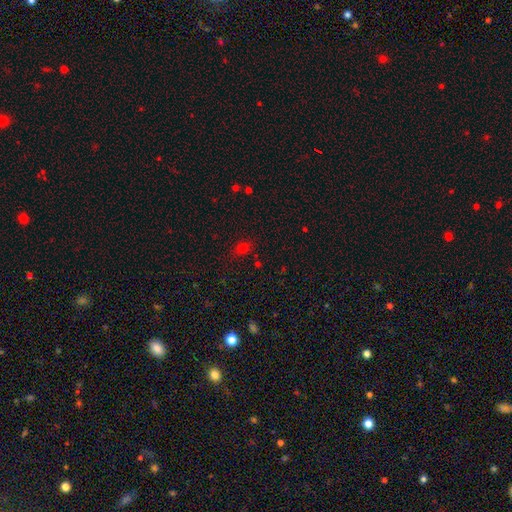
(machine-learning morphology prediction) Q: Smooth or featured?
A: smooth (66%); runner-up: star or artifact (27%)
Q: How rounded?
A: round (56%); runner-up: in between (42%)
Q: Merging?
A: none (80%); runner-up: minor disturbance (13%)